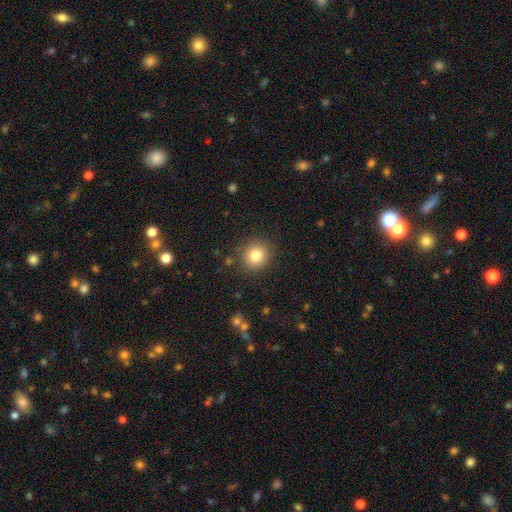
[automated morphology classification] Overall: smooth (80%). How rounded: round (90%). Merging: none (88%).